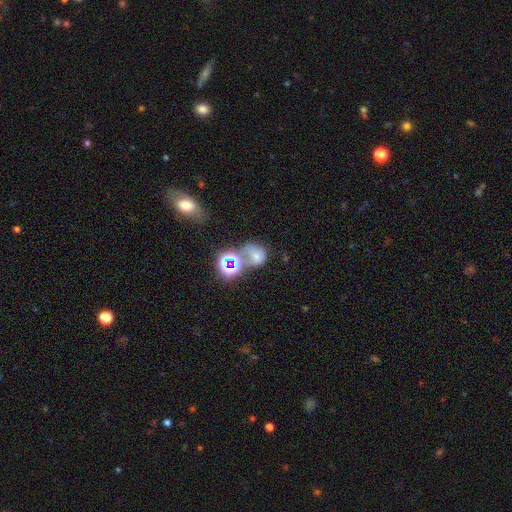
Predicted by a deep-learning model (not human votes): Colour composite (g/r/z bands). It shows a smooth galaxy with no disk features (49%). Merging: merger (40%).